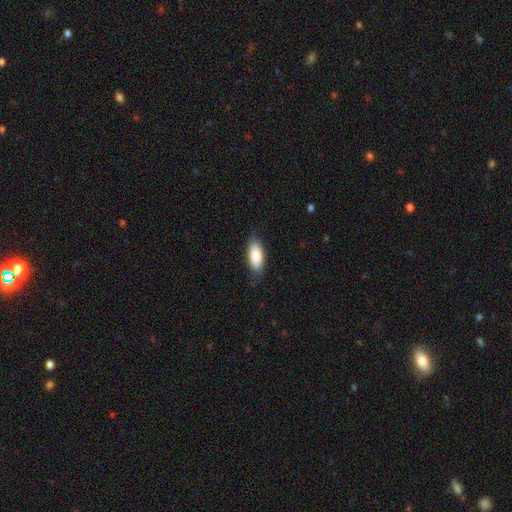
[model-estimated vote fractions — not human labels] smooth_or_featured: smooth (p=0.87) [alt: featured or disk p=0.07]
how_rounded: in between (p=0.82) [alt: cigar-shaped p=0.16]
merging: none (p=0.82) [alt: minor disturbance p=0.14]